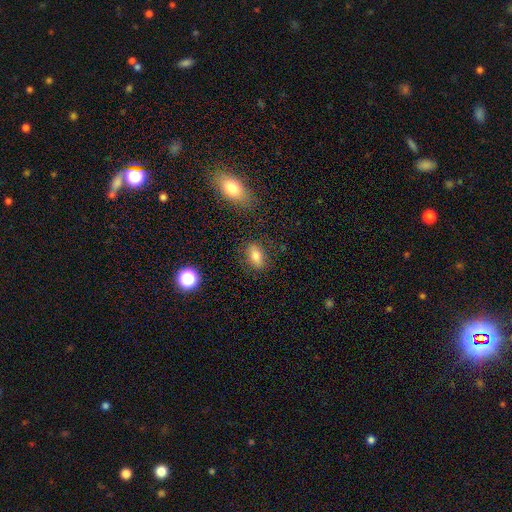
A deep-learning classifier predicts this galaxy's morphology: This appears to be a smooth galaxy with no disk features (79%) that is in between round and cigar-shaped (82%). Merging: none (79%).